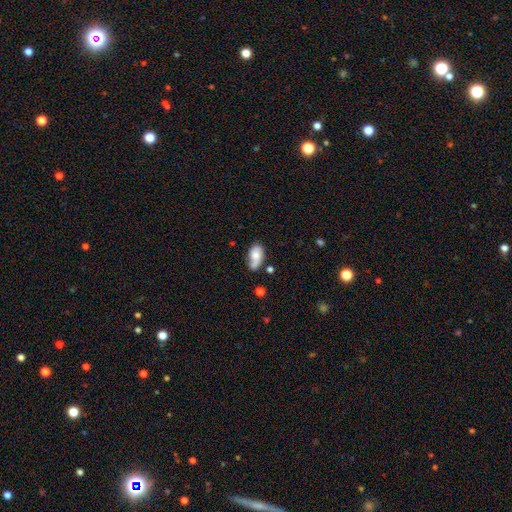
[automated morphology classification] Overall: smooth (63%; featured or disk 29%). How rounded: in between (91%). Merging: none (46%; minor disturbance 30%).